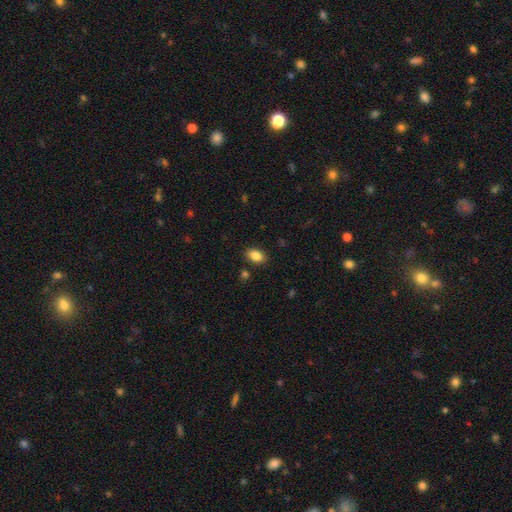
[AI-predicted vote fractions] Overall: smooth (86%). How rounded: in between (84%). Merging: none (85%).